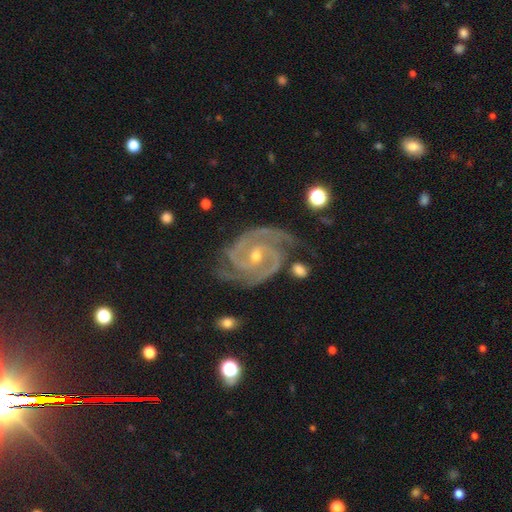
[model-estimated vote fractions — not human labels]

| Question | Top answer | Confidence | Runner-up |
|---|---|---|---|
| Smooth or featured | featured or disk | 93% | star or artifact (4%) |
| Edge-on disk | no | 98% | yes (2%) |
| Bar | no | 42% | weak (38%) |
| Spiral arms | yes | 99% | no (1%) |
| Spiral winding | tight | 58% | medium (37%) |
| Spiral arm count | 2 | 50% | 3 (30%) |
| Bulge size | small | 56% | moderate (42%) |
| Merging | none | 70% | minor disturbance (20%) |